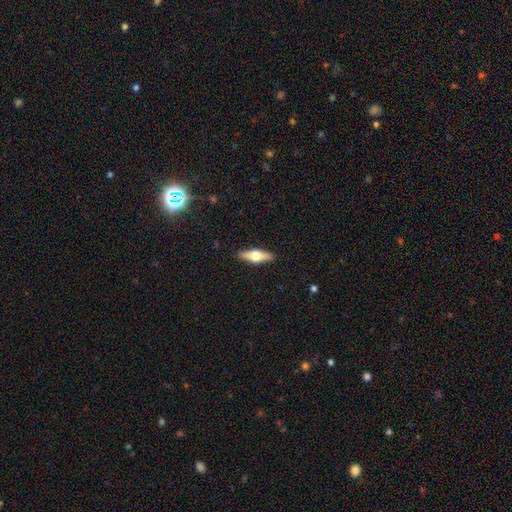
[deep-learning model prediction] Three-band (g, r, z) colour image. It shows a featured or disk galaxy (55%) viewed edge-on (94%) with a rounded central bulge (95%). Merging: none (90%).